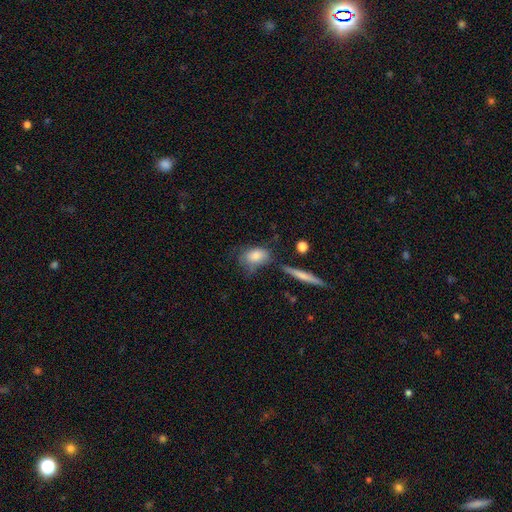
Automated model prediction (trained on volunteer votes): smooth-or-featured: smooth: 77% | featured or disk: 16% | star or artifact: 7%
  how-rounded: in between: 80% | round: 14% | cigar-shaped: 6%
  merging: none: 52% | minor disturbance: 26% | major disturbance: 11% | merger: 11%